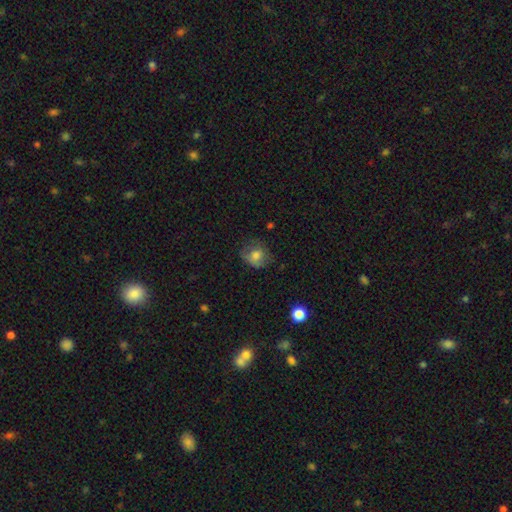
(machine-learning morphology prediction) Smooth or featured: smooth — 69% (featured or disk — 21%)
How rounded: round — 64% (in between — 35%)
Merging: none — 56% (minor disturbance — 28%)